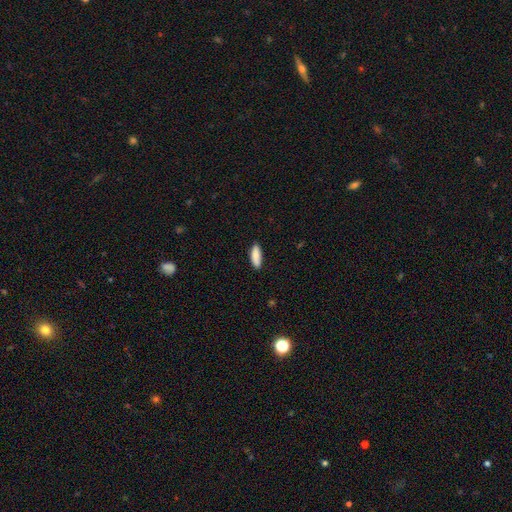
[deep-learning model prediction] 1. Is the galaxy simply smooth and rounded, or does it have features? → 88% smooth, 6% featured or disk, 6% star or artifact.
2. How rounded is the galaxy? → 60% in between, 38% cigar-shaped, 2% round.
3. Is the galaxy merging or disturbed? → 85% none, 11% minor disturbance, 2% major disturbance, 1% merger.